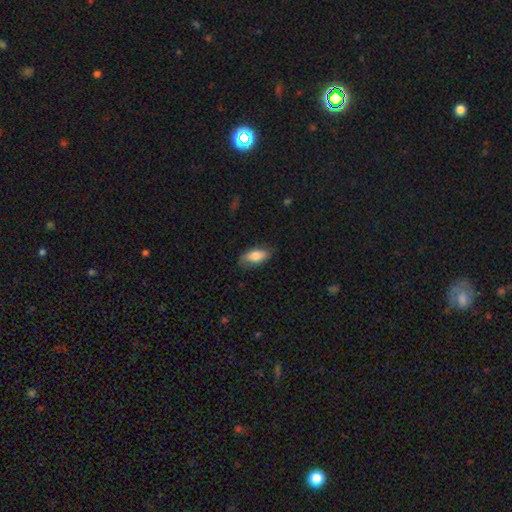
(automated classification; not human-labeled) Morphology: type=smooth (79%); roundness=in between (85%); merging=none (77%).